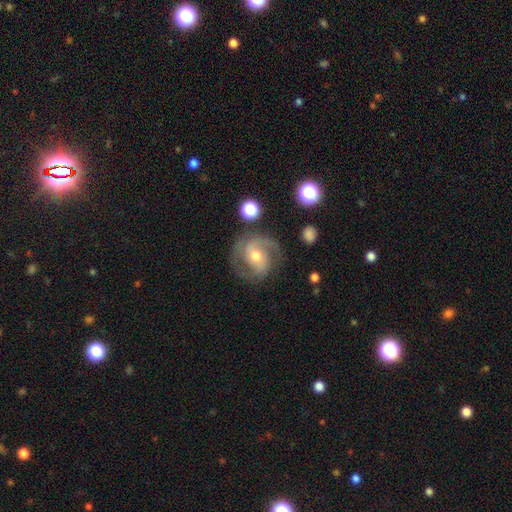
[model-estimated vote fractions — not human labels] Smooth or featured?
  - featured or disk: 84% *
  - smooth: 10%
  - star or artifact: 6%
Edge-on disk?
  - no: 97% *
  - yes: 3%
Bar?
  - no: 43% *
  - weak: 39%
  - strong: 18%
Spiral arms?
  - yes: 95% *
  - no: 5%
Spiral winding?
  - medium: 50% *
  - tight: 37%
  - loose: 13%
Spiral arm count?
  - 2: 81% *
  - can't tell: 7%
  - 3: 7%
  - 1: 3%
  - 4: 2%
  - more than 4: 1%
Bulge size?
  - moderate: 63% *
  - small: 31%
  - large: 4%
  - none: 1%
  - dominant: 1%
Merging?
  - none: 75% *
  - minor disturbance: 15%
  - major disturbance: 8%
  - merger: 2%